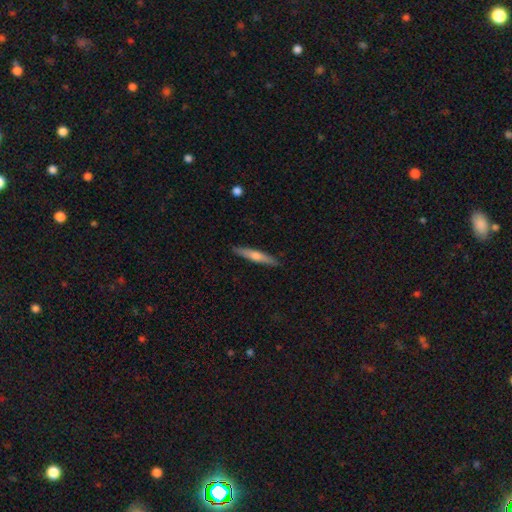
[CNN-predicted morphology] A featured or disk galaxy (48%).

Vote fractions:
- Smooth or featured? featured or disk: 48% / smooth: 46% / star or artifact: 6%
- Merging? none: 91% / minor disturbance: 7% / major disturbance: 1% / merger: 1%